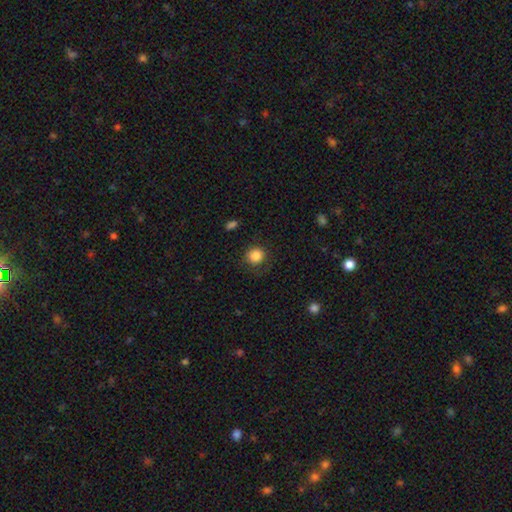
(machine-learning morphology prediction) Q: Smooth or featured?
A: smooth (85%); runner-up: star or artifact (10%)
Q: How rounded?
A: round (89%); runner-up: in between (10%)
Q: Merging?
A: none (80%); runner-up: minor disturbance (13%)